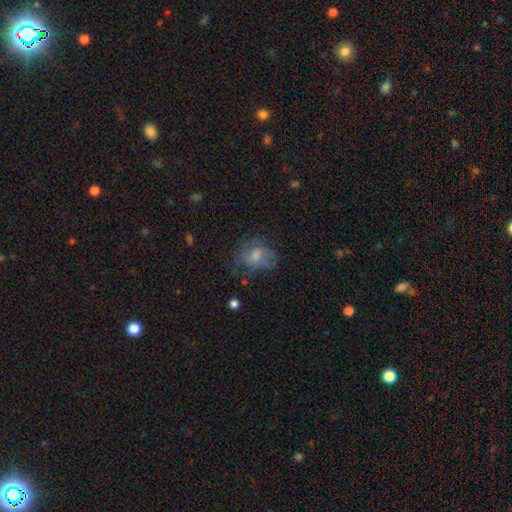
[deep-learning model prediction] Morphology: type=smooth (53%); roundness=in between (52%); merging=none (51%).